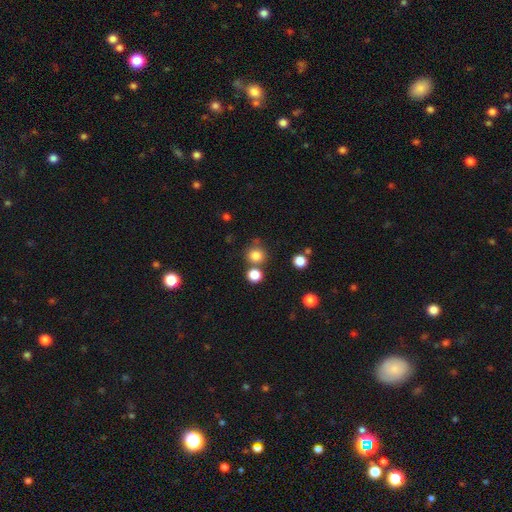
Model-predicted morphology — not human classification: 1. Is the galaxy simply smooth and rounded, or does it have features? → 81% smooth, 14% star or artifact, 5% featured or disk.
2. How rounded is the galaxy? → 89% round, 10% in between, 1% cigar-shaped.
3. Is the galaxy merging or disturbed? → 70% none, 16% merger, 10% minor disturbance, 4% major disturbance.